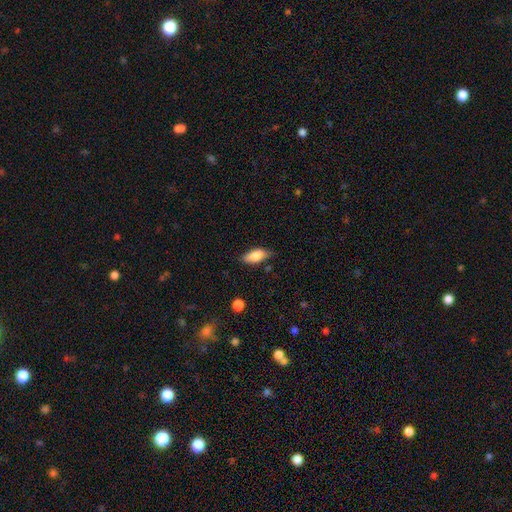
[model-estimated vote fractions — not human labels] Overall: smooth (80%). How rounded: in between (84%). Merging: none (78%).